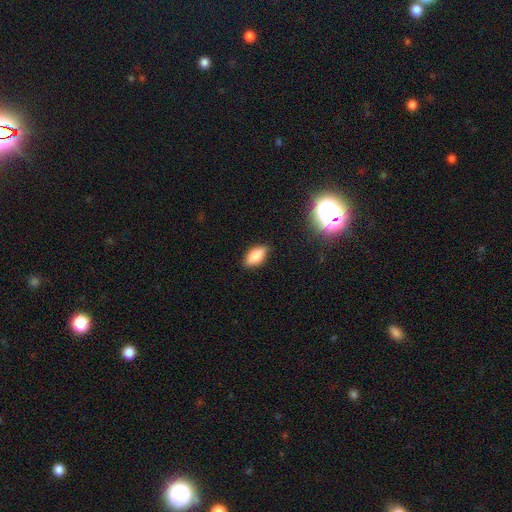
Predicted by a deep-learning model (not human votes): smooth 79%, featured or disk 12%, star or artifact 9%. Down the decision tree: how rounded — in between (85%); merging — none (83%).